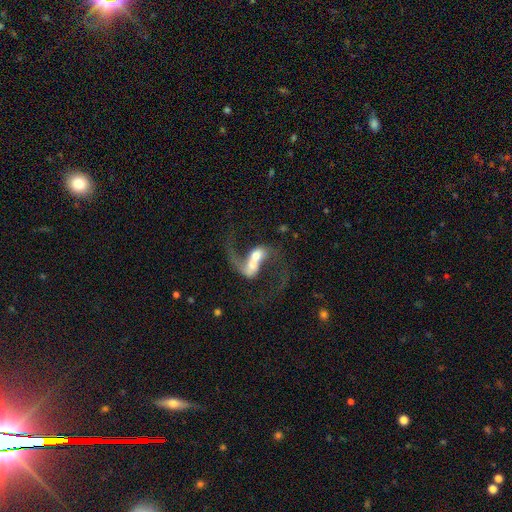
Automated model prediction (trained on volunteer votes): Smooth or featured? Predicted: featured or disk (p=0.77). Edge-on disk? Predicted: no (p=0.96). Bar? Predicted: no (p=0.36). Spiral arms? Predicted: yes (p=0.87). Spiral winding? Predicted: loose (p=0.81). Spiral arm count? Predicted: 2 (p=0.84). Bulge size? Predicted: moderate (p=0.46). Merging? Predicted: merger (p=0.55).